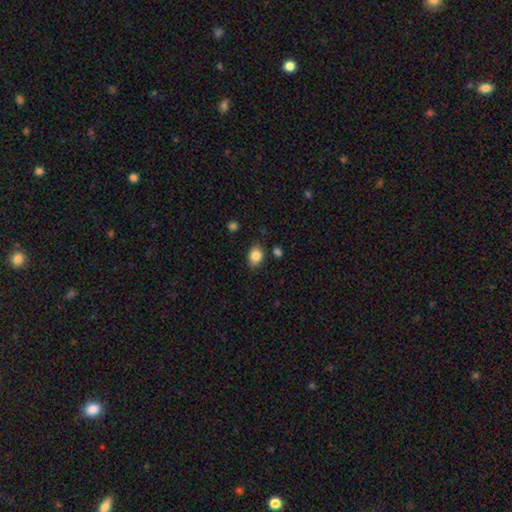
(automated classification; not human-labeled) This is clearly a smooth galaxy (85%). How rounded: likely in between (62%). Merging: clearly none (81%).